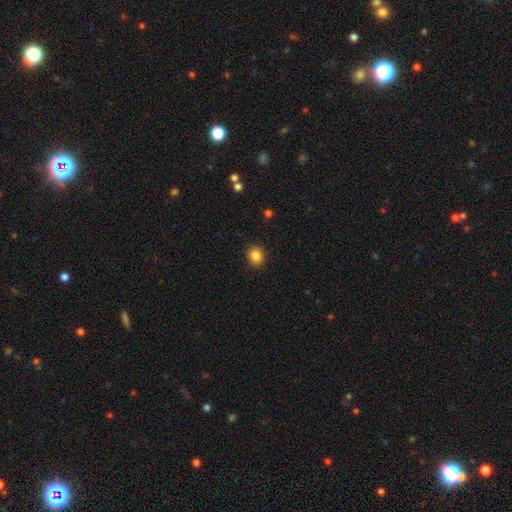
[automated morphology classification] Smooth or featured: smooth — 85% (star or artifact — 10%)
How rounded: round — 68% (in between — 31%)
Merging: none — 91% (minor disturbance — 6%)